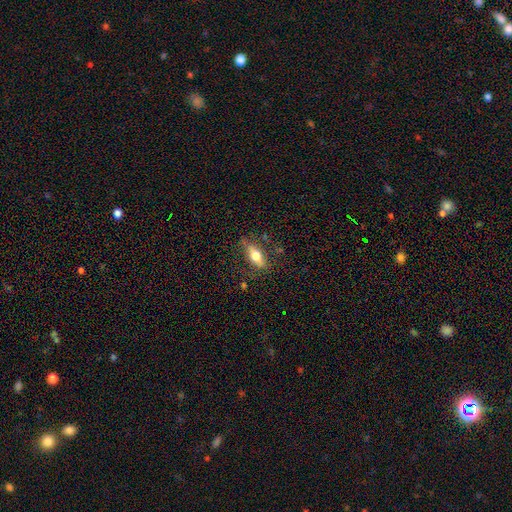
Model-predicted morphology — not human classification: Q: Smooth or featured?
A: smooth (60%); runner-up: featured or disk (33%)
Q: How rounded?
A: in between (67%); runner-up: cigar-shaped (29%)
Q: Merging?
A: none (74%); runner-up: minor disturbance (18%)